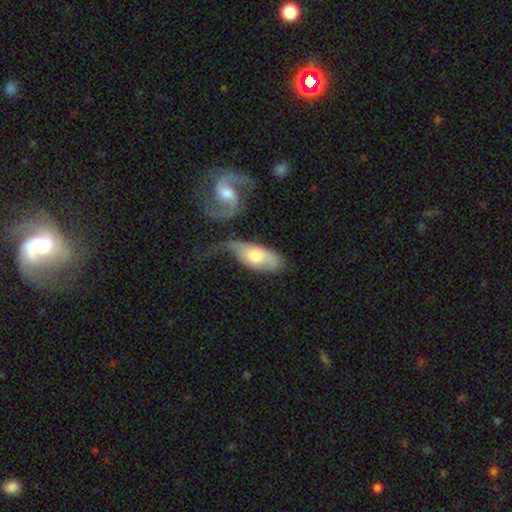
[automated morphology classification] This appears to be a smooth galaxy with no disk features (54%) that is in between round and cigar-shaped (84%). Merging: none (32%).